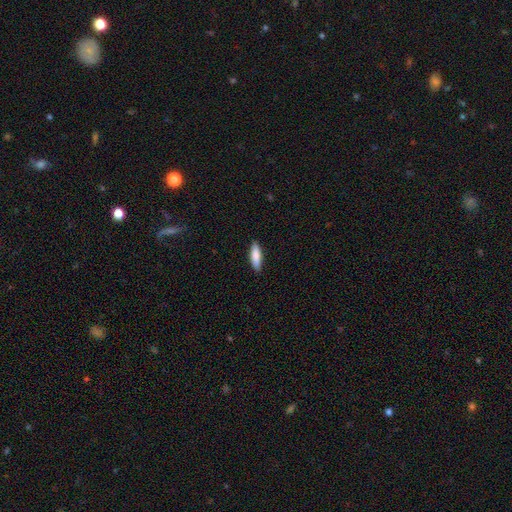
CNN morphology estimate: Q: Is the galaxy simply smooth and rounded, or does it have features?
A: smooth — 84%.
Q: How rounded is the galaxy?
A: cigar-shaped — 55%.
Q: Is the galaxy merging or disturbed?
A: none — 89%.